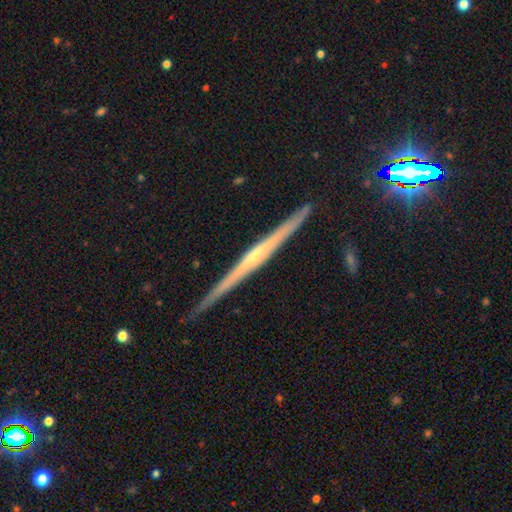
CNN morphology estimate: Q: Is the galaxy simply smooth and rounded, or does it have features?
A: featured or disk — 77%.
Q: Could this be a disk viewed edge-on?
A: yes — 98%.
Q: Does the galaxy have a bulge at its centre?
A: rounded — 47%.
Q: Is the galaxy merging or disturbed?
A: none — 88%.